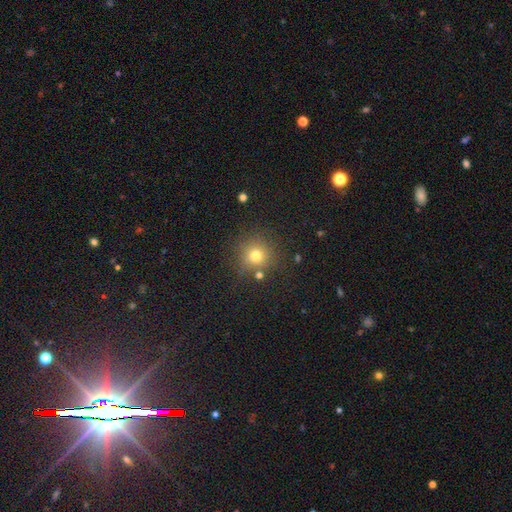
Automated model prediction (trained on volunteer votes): Overall: smooth (74%). How rounded: round (92%). Merging: none (81%).